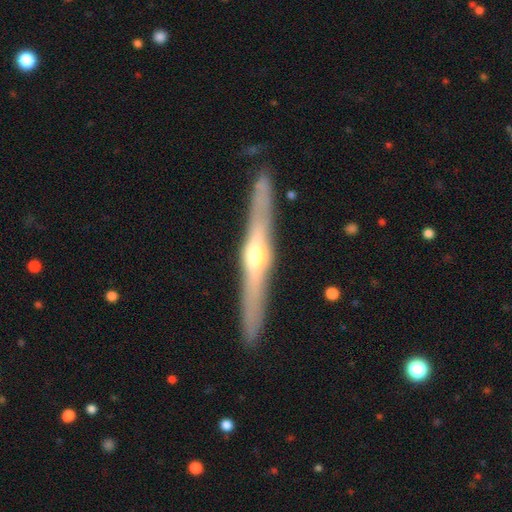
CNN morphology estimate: smooth-or-featured: featured or disk: 75% | smooth: 20% | star or artifact: 5%
  disk-edge-on: yes: 97% | no: 3%
    edge-on-bulge: rounded: 89% | none: 7% | boxy: 4%
  merging: none: 90% | minor disturbance: 7% | major disturbance: 1% | merger: 1%